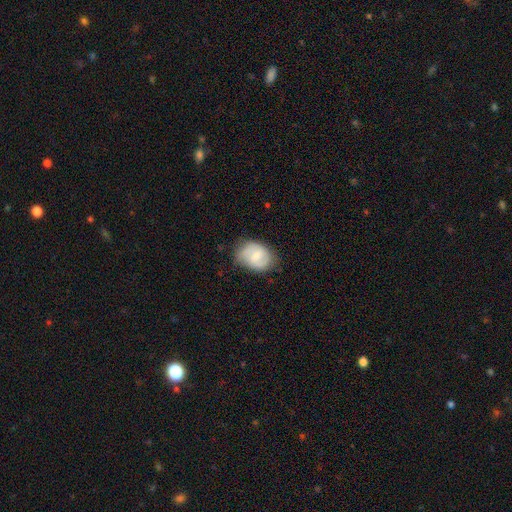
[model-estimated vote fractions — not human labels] Smooth or featured? smooth (52%)
How rounded? in between (70%)
Merging? none (66%)